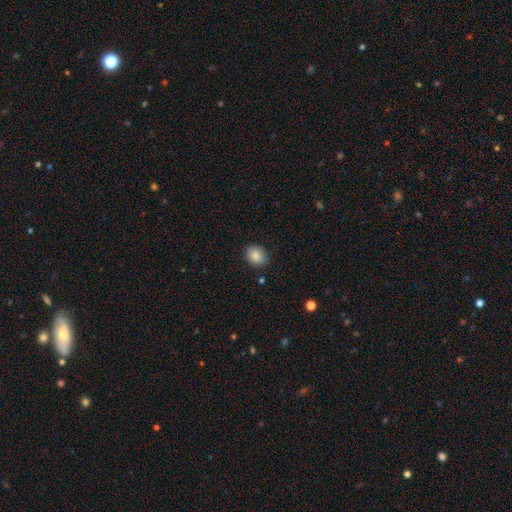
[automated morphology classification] A smooth galaxy with no disk features (85%) that is round (53%).

Vote fractions:
- Smooth or featured? smooth: 85% / star or artifact: 8% / featured or disk: 7%
- How rounded? round: 53% / in between: 46% / cigar-shaped: 1%
- Merging? none: 84% / minor disturbance: 12% / major disturbance: 2% / merger: 1%